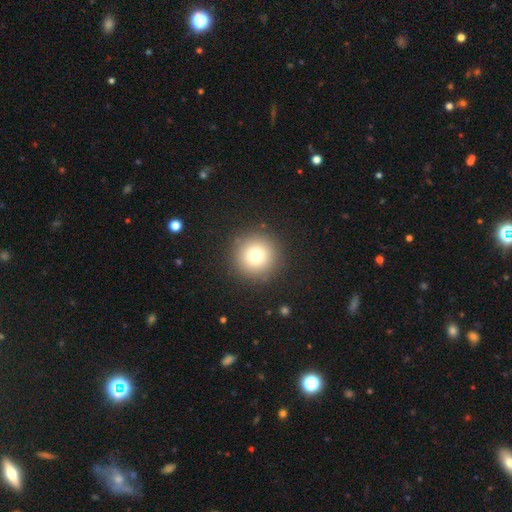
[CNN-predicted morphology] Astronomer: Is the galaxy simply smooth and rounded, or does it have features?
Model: smooth — 76%.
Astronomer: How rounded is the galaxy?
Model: round — 96%.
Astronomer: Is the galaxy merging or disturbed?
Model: none — 91%.